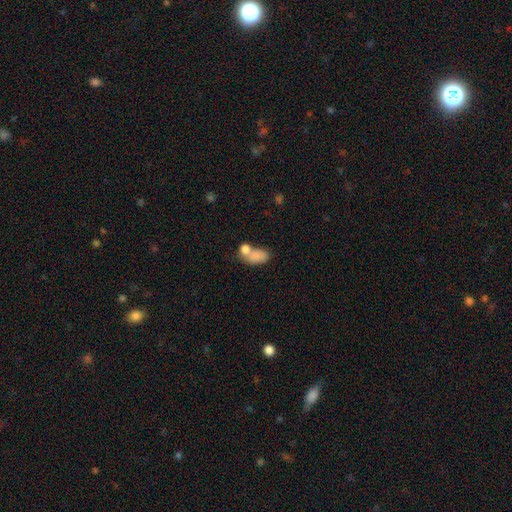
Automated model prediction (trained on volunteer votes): smooth-or-featured: smooth: 78% | featured or disk: 13% | star or artifact: 9%
  how-rounded: in between: 84% | round: 14% | cigar-shaped: 3%
  merging: merger: 51% | none: 29% | minor disturbance: 13% | major disturbance: 8%